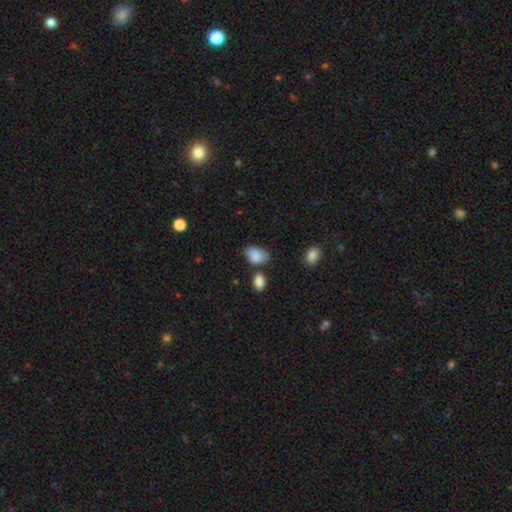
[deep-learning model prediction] Smooth or featured: smooth — 85% (featured or disk — 8%)
How rounded: in between — 91% (round — 8%)
Merging: none — 54% (minor disturbance — 27%)